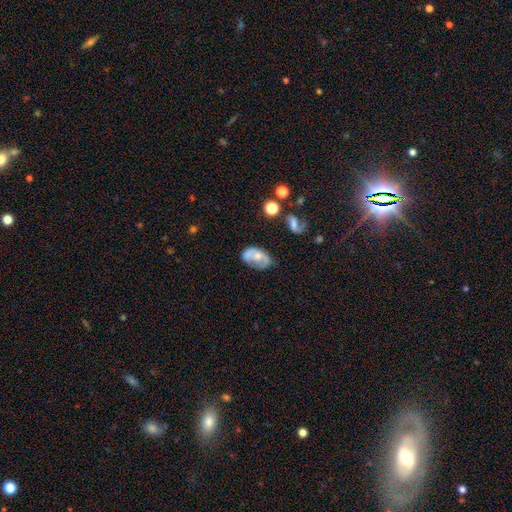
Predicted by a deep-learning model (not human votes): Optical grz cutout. It shows a featured or disk galaxy (47%). Merging: none (47%).